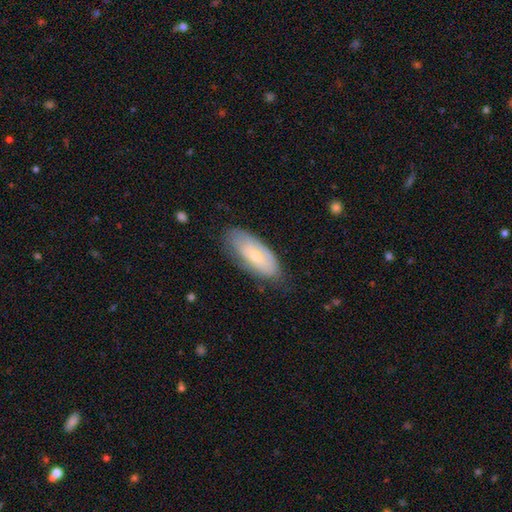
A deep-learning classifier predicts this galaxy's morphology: The model was most divided on "smooth or featured": smooth: 52%, featured or disk: 42%, star or artifact: 7%. More confident: how rounded — in between (83%); merging — none (67%).